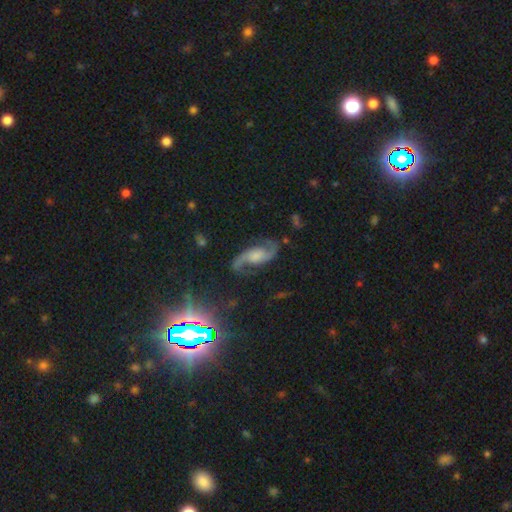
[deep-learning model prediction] The model was most divided on "bulge size": moderate: 35%, small: 25%, none: 22%, large: 16%, dominant: 3%. More confident: spiral arms — yes (97%); edge-on disk — no (95%); spiral arm count — 2 (93%); smooth or featured — featured or disk (83%); merging — none (76%); bar — no (53%); spiral winding — loose (52%).